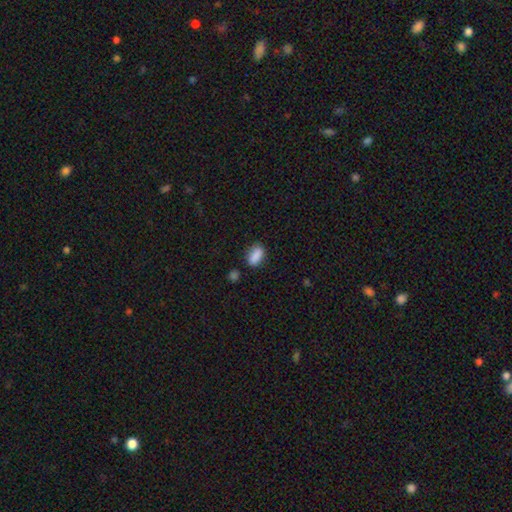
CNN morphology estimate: Smooth or featured: smooth — 87% (star or artifact — 8%)
How rounded: in between — 84% (cigar-shaped — 10%)
Merging: none — 76% (minor disturbance — 15%)